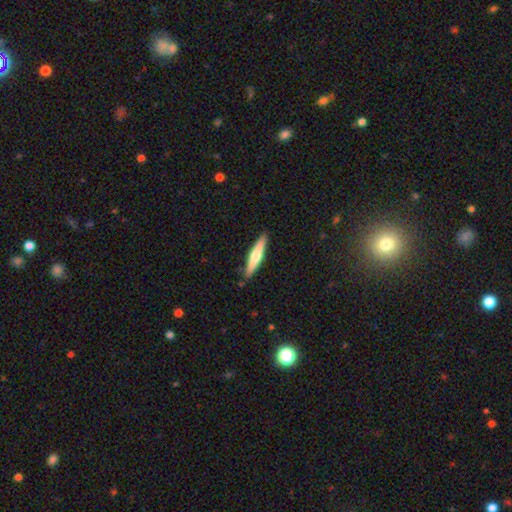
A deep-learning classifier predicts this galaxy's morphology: smooth 52%, featured or disk 43%, star or artifact 5%. Down the decision tree: how rounded — cigar-shaped (87%); merging — none (88%).